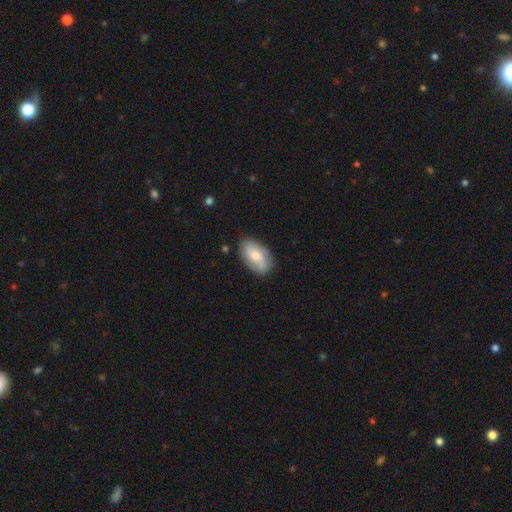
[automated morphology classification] Overall: smooth (61%; featured or disk 32%). How rounded: in between (92%). Merging: none (81%).